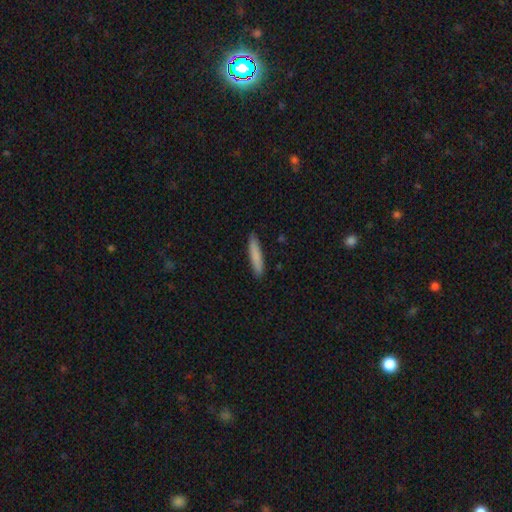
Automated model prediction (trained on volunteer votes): Smooth or featured: smooth — 84% (featured or disk — 11%)
How rounded: cigar-shaped — 89% (in between — 10%)
Merging: none — 89% (minor disturbance — 9%)